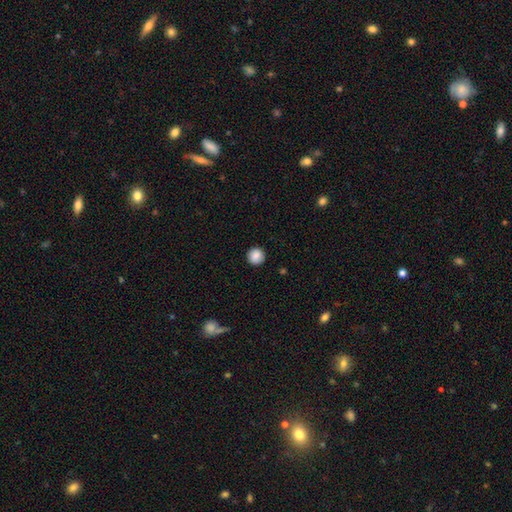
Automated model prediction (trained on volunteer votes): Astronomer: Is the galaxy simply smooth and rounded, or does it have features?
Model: smooth — 88%.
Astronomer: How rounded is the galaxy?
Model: round — 94%.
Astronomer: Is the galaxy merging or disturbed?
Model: none — 91%.